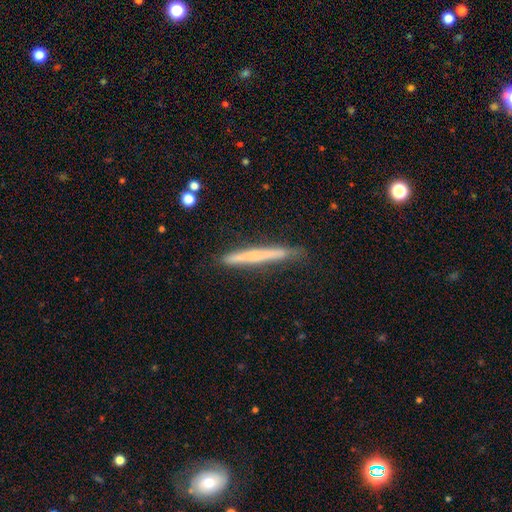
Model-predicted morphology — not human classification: smooth-or-featured: smooth: 48% | featured or disk: 46% | star or artifact: 7%
  merging: none: 85% | minor disturbance: 11% | major disturbance: 2% | merger: 2%